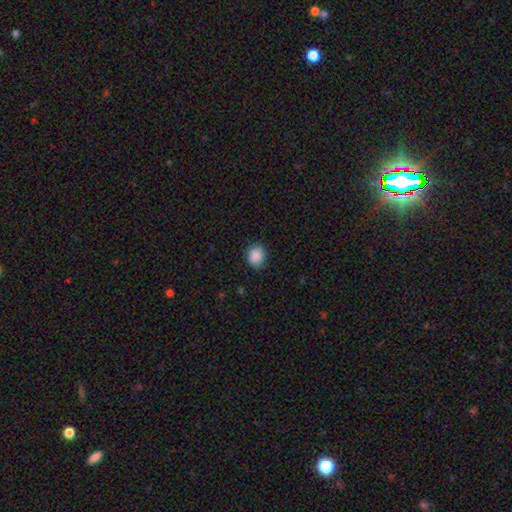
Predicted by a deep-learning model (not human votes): smooth_or_featured: smooth (p=0.89) [alt: star or artifact p=0.09]
how_rounded: round (p=0.75) [alt: in between p=0.24]
merging: none (p=0.86) [alt: minor disturbance p=0.10]